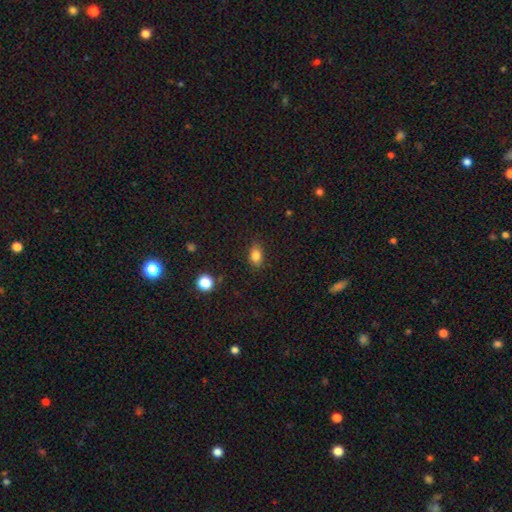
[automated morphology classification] smooth-or-featured: smooth: 82% | star or artifact: 11% | featured or disk: 6%
  how-rounded: in between: 78% | round: 19% | cigar-shaped: 3%
  merging: none: 81% | minor disturbance: 15% | major disturbance: 3% | merger: 1%